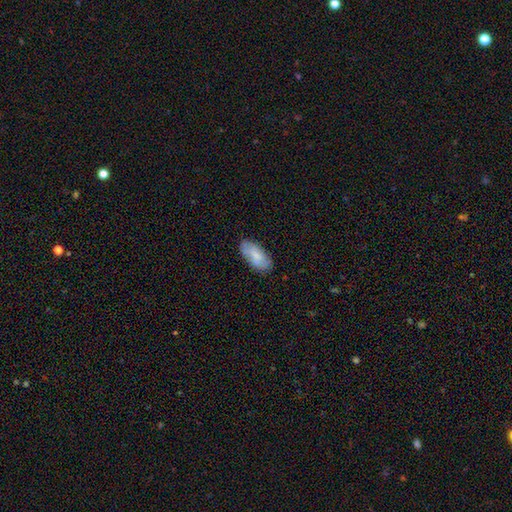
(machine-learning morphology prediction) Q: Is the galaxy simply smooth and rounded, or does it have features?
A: smooth — 67%.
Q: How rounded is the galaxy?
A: in between — 91%.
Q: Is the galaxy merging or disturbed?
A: none — 77%.